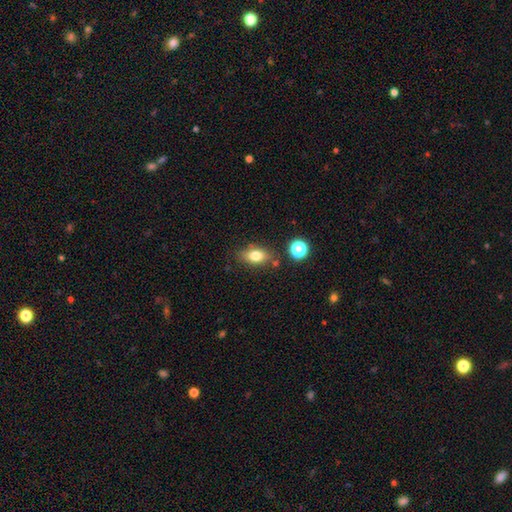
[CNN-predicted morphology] This is likely a smooth galaxy (78%). How rounded: clearly in between (80%). Merging: likely none (75%).